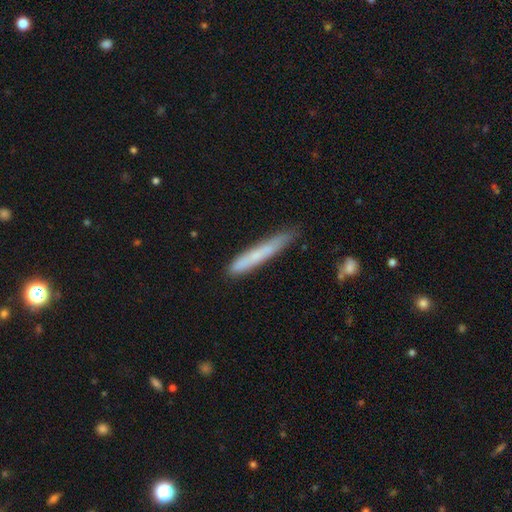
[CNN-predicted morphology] smooth_or_featured: smooth (p=0.62) [alt: featured or disk p=0.31]
how_rounded: cigar-shaped (p=0.95) [alt: in between p=0.03]
merging: none (p=0.74) [alt: minor disturbance p=0.20]